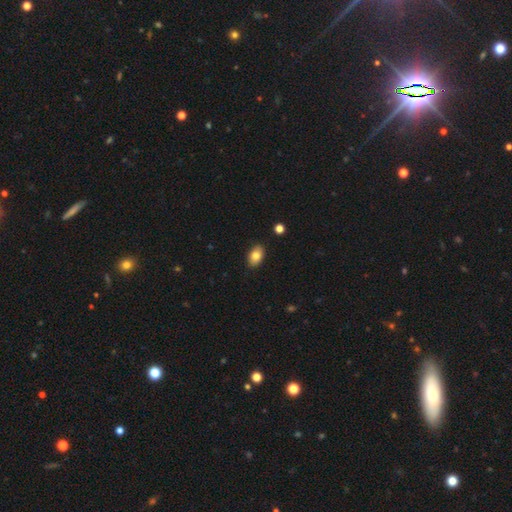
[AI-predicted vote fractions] Morphology: type=smooth (82%); roundness=in between (91%); merging=none (88%).